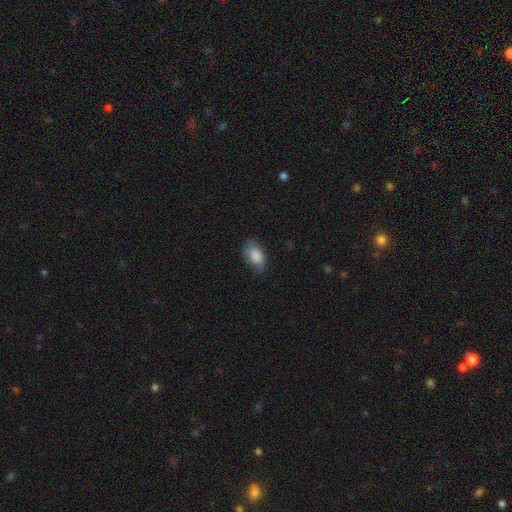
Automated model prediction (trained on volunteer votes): The model was most divided on "merging": none: 62%, minor disturbance: 28%, major disturbance: 8%, merger: 1%. More confident: how rounded — in between (89%); smooth or featured — smooth (81%).